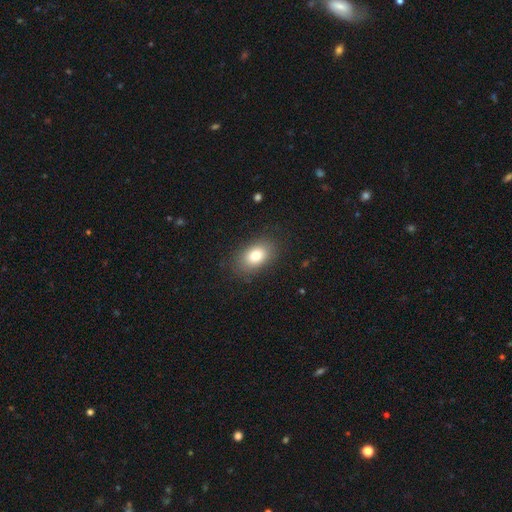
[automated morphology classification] Smooth or featured?
  - smooth: 80% *
  - featured or disk: 11%
  - star or artifact: 9%
How rounded?
  - in between: 83% *
  - round: 16%
  - cigar-shaped: 1%
Merging?
  - none: 85% *
  - minor disturbance: 11%
  - major disturbance: 4%
  - merger: 1%